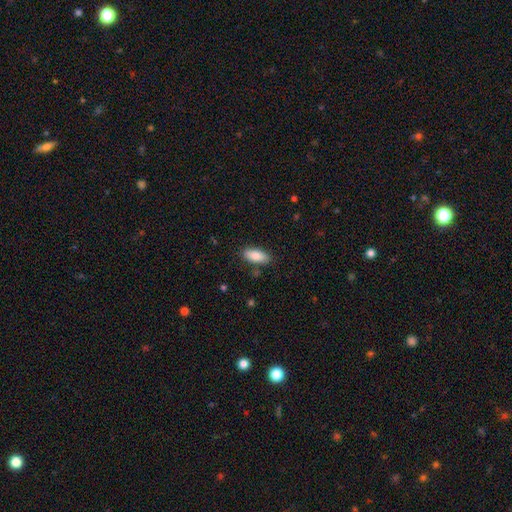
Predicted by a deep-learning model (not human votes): A smooth galaxy with no disk features (87%) that is in between round and cigar-shaped (83%). Merging: none (85%).